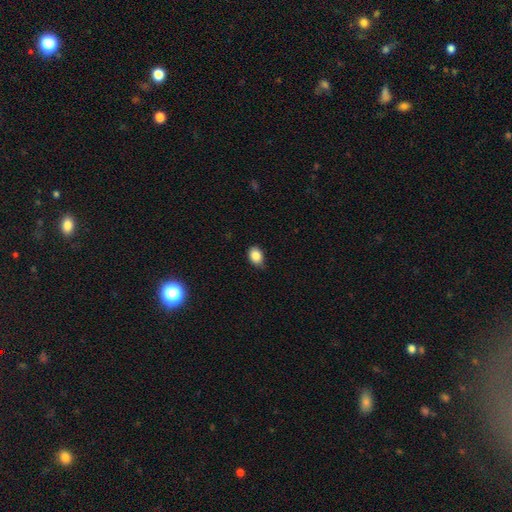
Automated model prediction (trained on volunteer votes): Smooth or featured? Predicted: smooth (p=0.86). How rounded? Predicted: in between (p=0.70). Merging? Predicted: none (p=0.70).